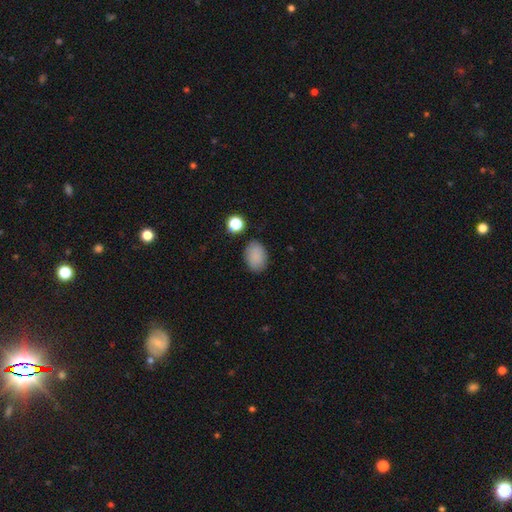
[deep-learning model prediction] A smooth galaxy with no disk features (86%) that is in between round and cigar-shaped (77%).

Vote fractions:
- Smooth or featured? smooth: 86% / star or artifact: 10% / featured or disk: 4%
- How rounded? in between: 77% / round: 22% / cigar-shaped: 1%
- Merging? none: 82% / minor disturbance: 12% / major disturbance: 3% / merger: 3%